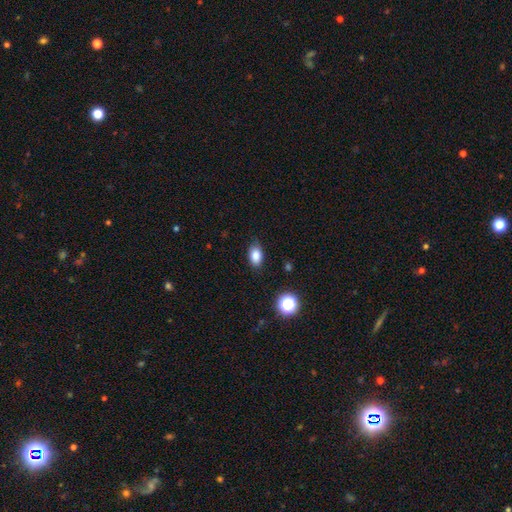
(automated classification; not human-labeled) This is clearly a smooth galaxy (85%). How rounded: clearly in between (87%). Merging: clearly none (81%).